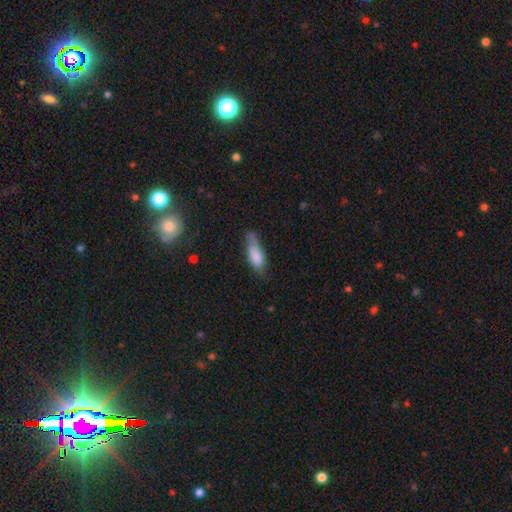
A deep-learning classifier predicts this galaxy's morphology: A smooth galaxy with no disk features (81%) that is in between round and cigar-shaped (61%).

Vote fractions:
- Smooth or featured? smooth: 81% / featured or disk: 11% / star or artifact: 7%
- How rounded? in between: 61% / cigar-shaped: 37% / round: 3%
- Merging? none: 47% / minor disturbance: 37% / major disturbance: 12% / merger: 4%